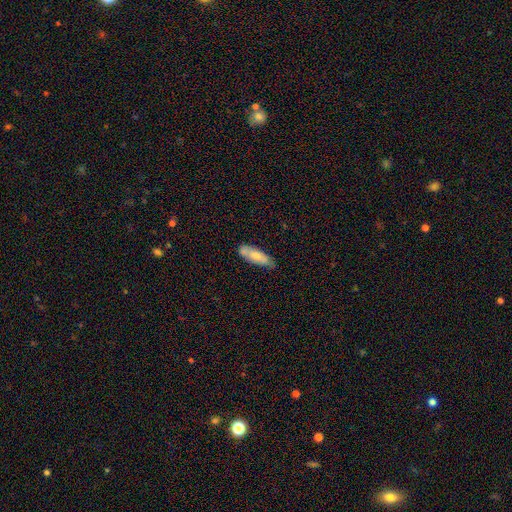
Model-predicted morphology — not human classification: Smooth or featured? Predicted: smooth (p=0.65). How rounded? Predicted: in between (p=0.64). Merging? Predicted: none (p=0.67).